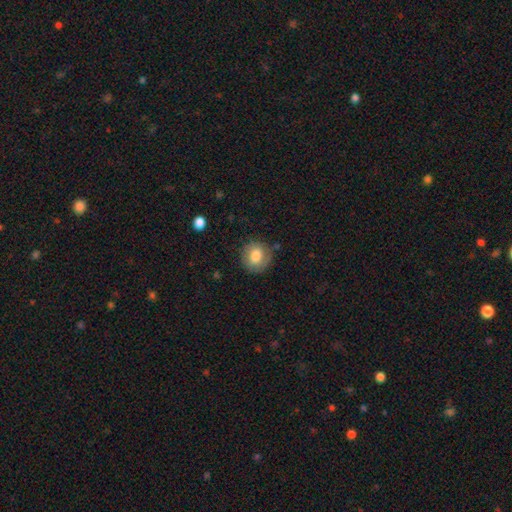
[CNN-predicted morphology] Smooth or featured?
  - smooth: 80% *
  - featured or disk: 13%
  - star or artifact: 8%
How rounded?
  - round: 83% *
  - in between: 16%
  - cigar-shaped: 1%
Merging?
  - none: 79% *
  - minor disturbance: 15%
  - major disturbance: 4%
  - merger: 2%